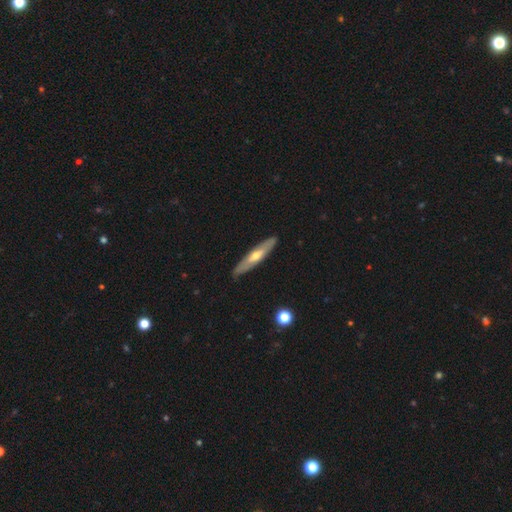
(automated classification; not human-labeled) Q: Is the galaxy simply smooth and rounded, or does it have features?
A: featured or disk — 56%.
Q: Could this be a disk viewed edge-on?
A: yes — 74%.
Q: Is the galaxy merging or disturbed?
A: none — 88%.